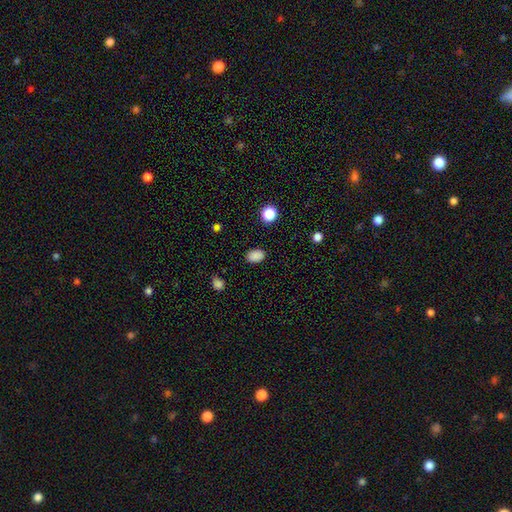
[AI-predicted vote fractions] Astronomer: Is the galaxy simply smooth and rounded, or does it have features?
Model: smooth — 86%.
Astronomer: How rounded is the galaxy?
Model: in between — 81%.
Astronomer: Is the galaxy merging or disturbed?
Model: none — 87%.